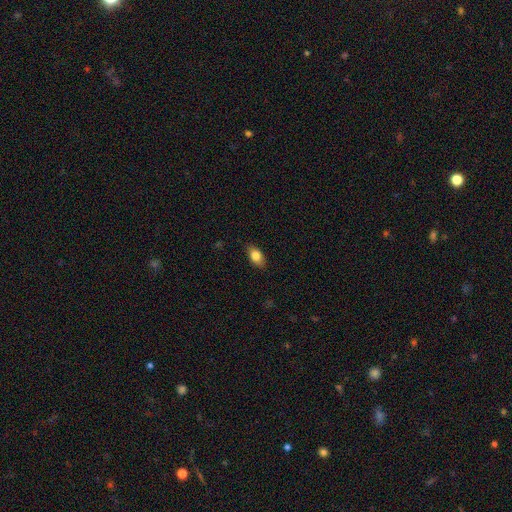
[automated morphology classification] This is clearly a smooth galaxy (81%). How rounded: clearly in between (87%). Merging: clearly none (85%).